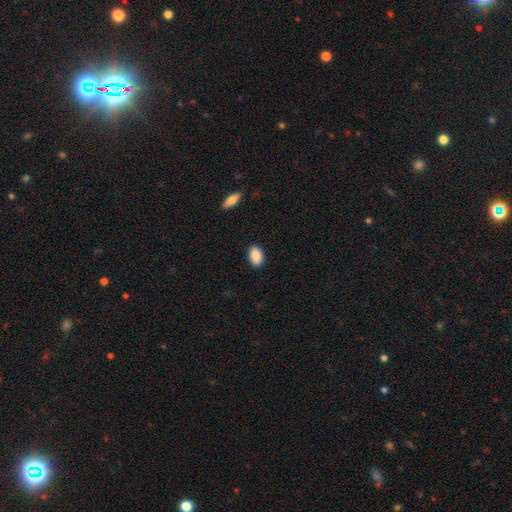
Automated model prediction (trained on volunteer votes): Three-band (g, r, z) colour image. It shows a smooth galaxy with no disk features (89%) that is in between round and cigar-shaped (91%). Merging: none (89%).